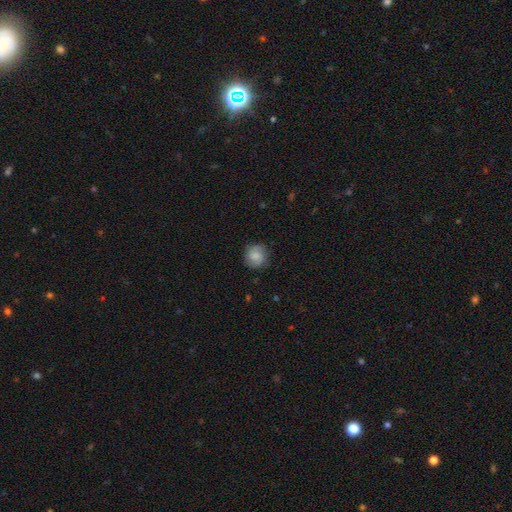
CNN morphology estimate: Smooth or featured? smooth (73%)
How rounded? round (85%)
Merging? none (80%)